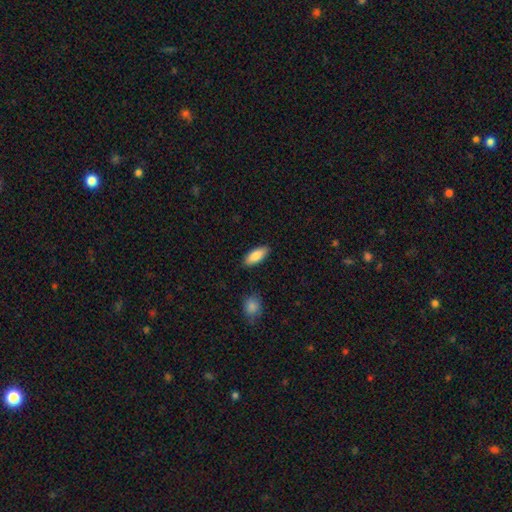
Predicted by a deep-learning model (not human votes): The model was most divided on "how rounded": in between: 80%, cigar-shaped: 18%, round: 2%. More confident: merging — none (87%); smooth or featured — smooth (86%).